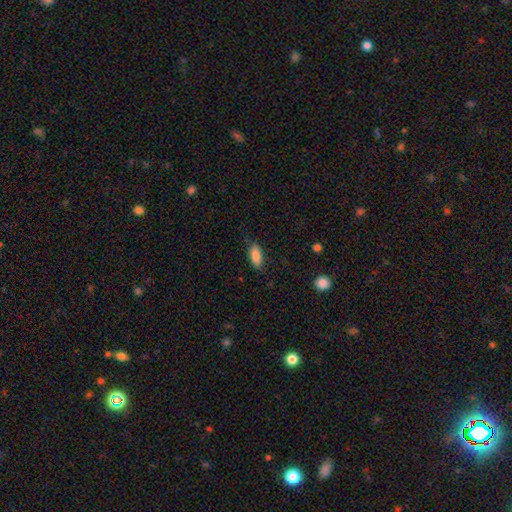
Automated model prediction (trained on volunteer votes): This appears to be a smooth galaxy with no disk features (86%) that is in between round and cigar-shaped (80%). Merging: none (80%).